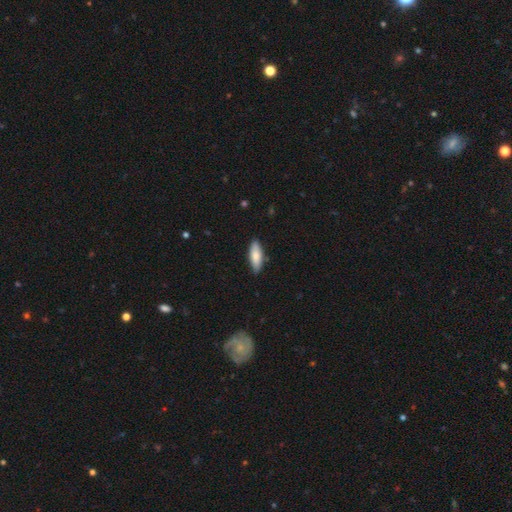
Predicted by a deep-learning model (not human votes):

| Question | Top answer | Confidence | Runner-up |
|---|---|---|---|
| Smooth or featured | smooth | 80% | featured or disk (14%) |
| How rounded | in between | 63% | cigar-shaped (35%) |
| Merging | none | 86% | minor disturbance (11%) |